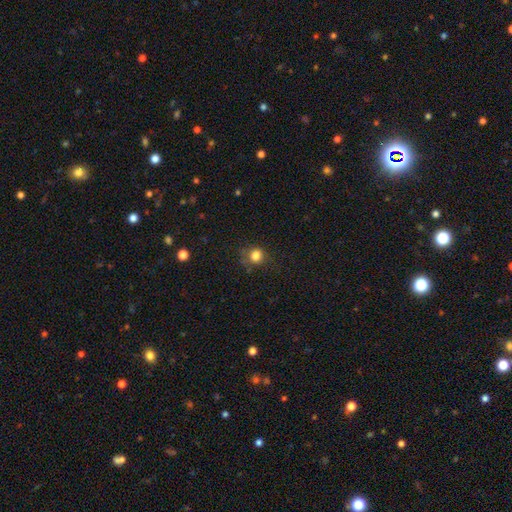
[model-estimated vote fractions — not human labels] Smooth or featured? Predicted: smooth (p=0.82). How rounded? Predicted: round (p=0.81). Merging? Predicted: none (p=0.72).